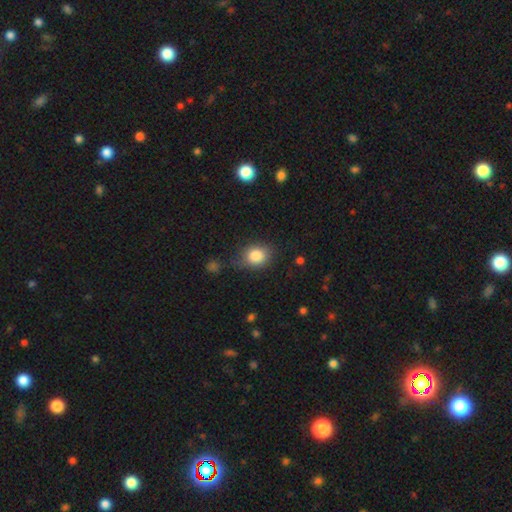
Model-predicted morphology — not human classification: Smooth or featured? Predicted: smooth (p=0.83). How rounded? Predicted: round (p=0.55). Merging? Predicted: none (p=0.67).